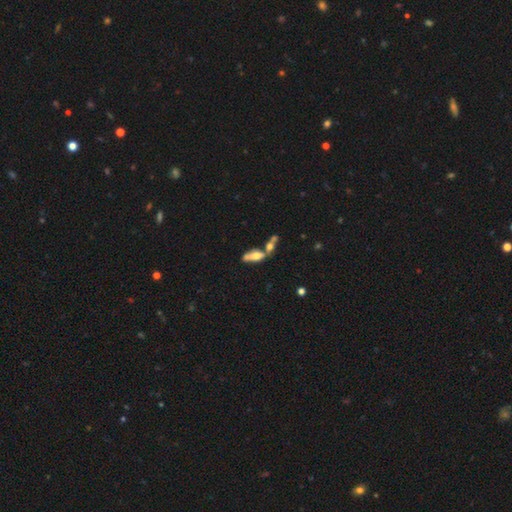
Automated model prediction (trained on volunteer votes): smooth-or-featured: smooth: 53% | featured or disk: 37% | star or artifact: 10%
  how-rounded: in between: 67% | cigar-shaped: 29% | round: 4%
  merging: merger: 51% | none: 27% | minor disturbance: 12% | major disturbance: 9%